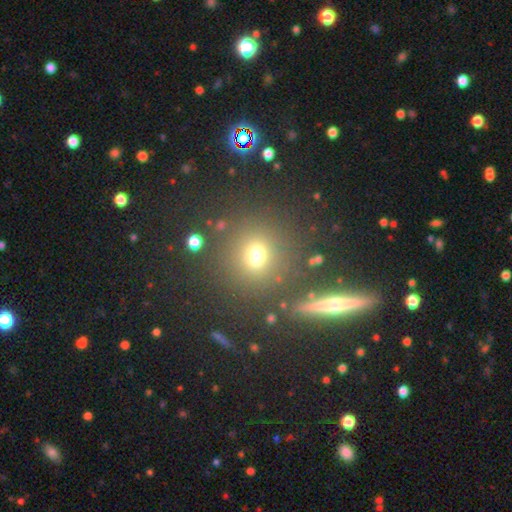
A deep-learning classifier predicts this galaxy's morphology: This appears to be a smooth galaxy with no disk features (53%) that is round (88%). Merging: none (85%).